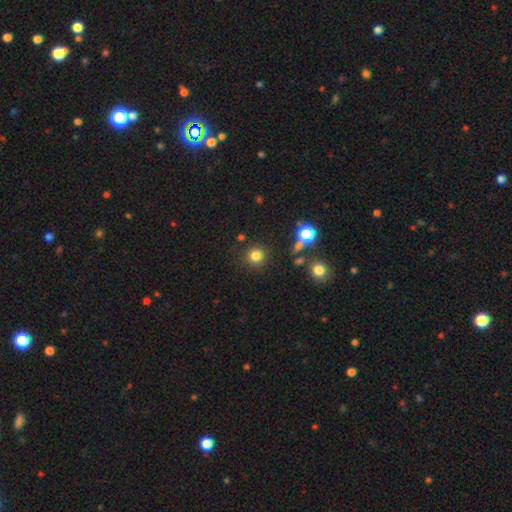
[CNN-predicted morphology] smooth_or_featured: smooth (p=0.79) [alt: star or artifact p=0.15]
how_rounded: round (p=0.93) [alt: in between p=0.06]
merging: none (p=0.86) [alt: minor disturbance p=0.07]